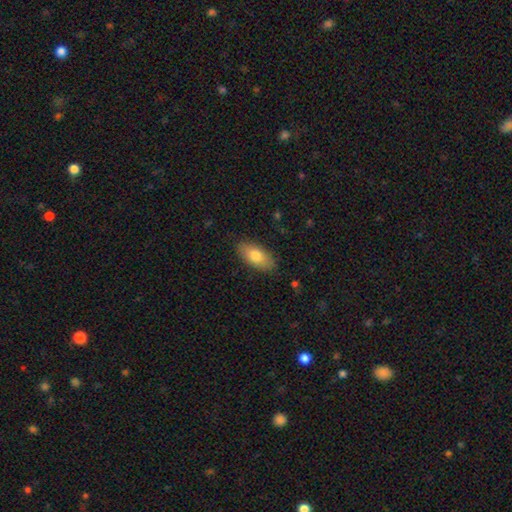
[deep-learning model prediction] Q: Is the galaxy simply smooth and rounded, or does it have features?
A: smooth — 78%.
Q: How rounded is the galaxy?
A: in between — 90%.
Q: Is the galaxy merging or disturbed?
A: none — 86%.